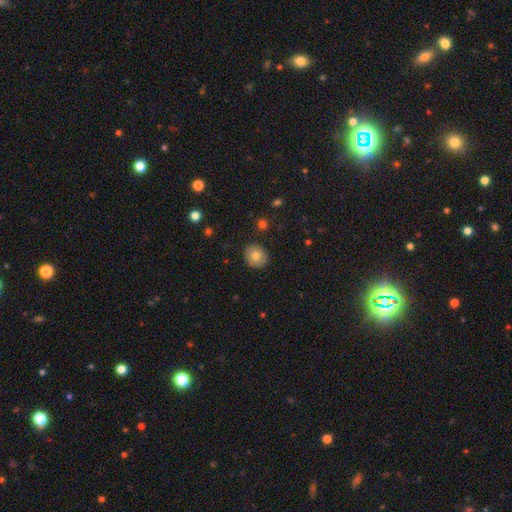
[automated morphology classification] A smooth galaxy with no disk features (76%) that is round (83%). Merging: none (90%).